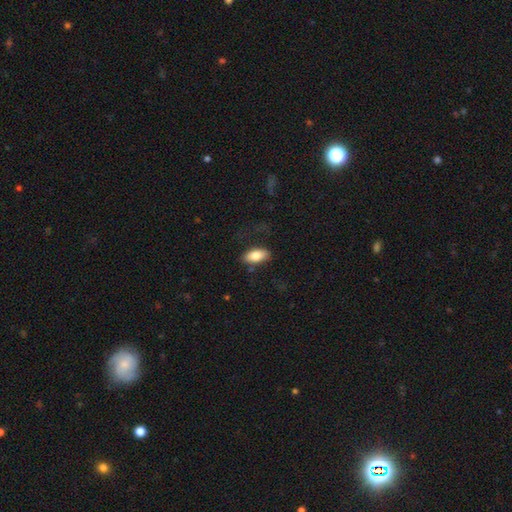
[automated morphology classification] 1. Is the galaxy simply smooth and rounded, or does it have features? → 80% smooth, 14% featured or disk, 6% star or artifact.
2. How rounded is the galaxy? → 90% in between, 7% cigar-shaped, 3% round.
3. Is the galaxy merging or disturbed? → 77% none, 15% minor disturbance, 6% major disturbance, 2% merger.